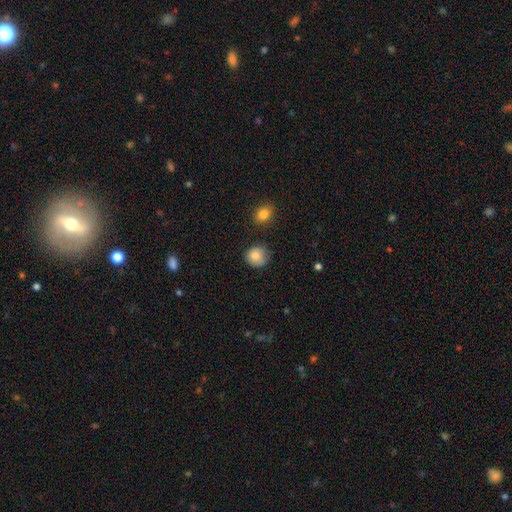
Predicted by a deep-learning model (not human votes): A smooth galaxy with no disk features (84%) that is round (82%). Merging: none (72%).